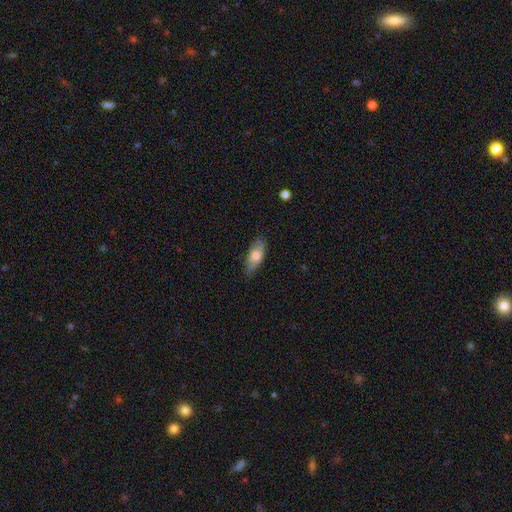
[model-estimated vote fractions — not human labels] Q: Smooth or featured?
A: smooth (70%); runner-up: featured or disk (23%)
Q: How rounded?
A: in between (80%); runner-up: cigar-shaped (17%)
Q: Merging?
A: none (81%); runner-up: minor disturbance (15%)